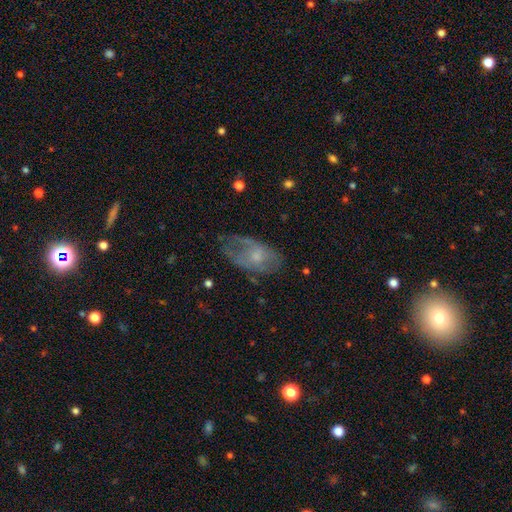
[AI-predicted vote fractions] Overall: featured or disk (50%; smooth 42%). Merging: none (44%; minor disturbance 29%).